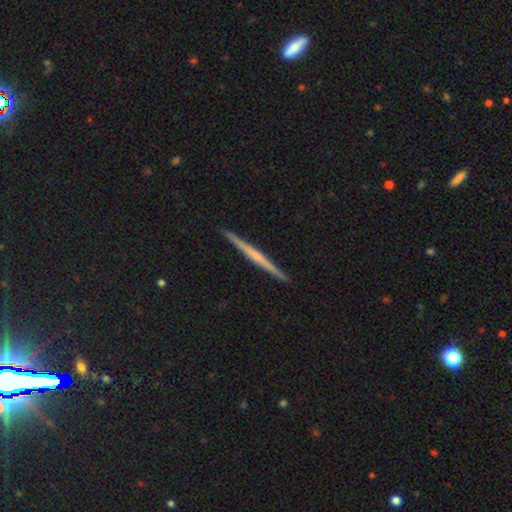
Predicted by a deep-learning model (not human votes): Smooth or featured: featured or disk — 65% (smooth — 30%)
Edge-on disk: yes — 98% (no — 2%)
Edge-on bulge: none — 66% (rounded — 26%)
Merging: none — 93% (minor disturbance — 5%)